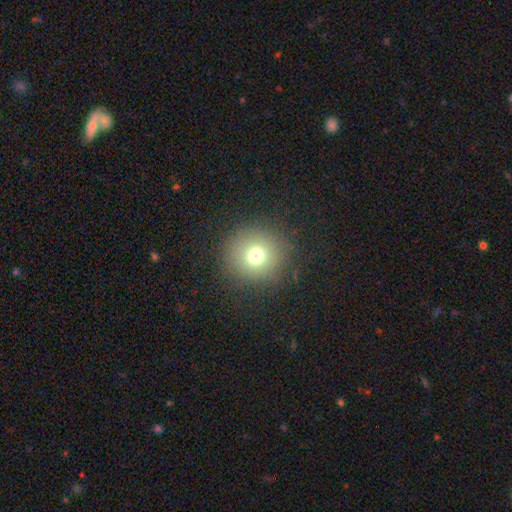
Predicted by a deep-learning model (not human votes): Morphology: type=smooth (73%); roundness=round (93%); merging=none (87%).